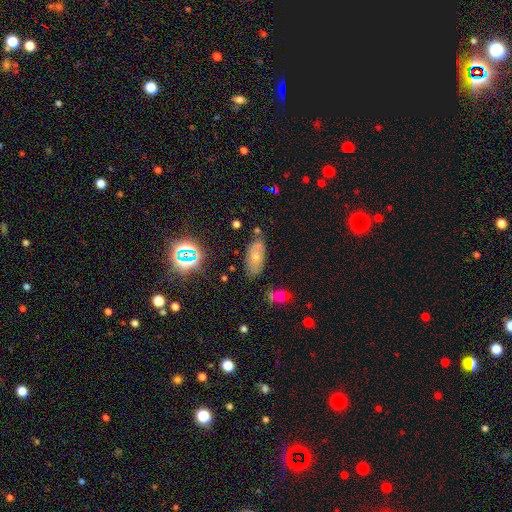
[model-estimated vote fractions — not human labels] Smooth or featured: smooth — 61% (featured or disk — 23%)
How rounded: in between — 86% (cigar-shaped — 9%)
Merging: none — 66% (minor disturbance — 18%)